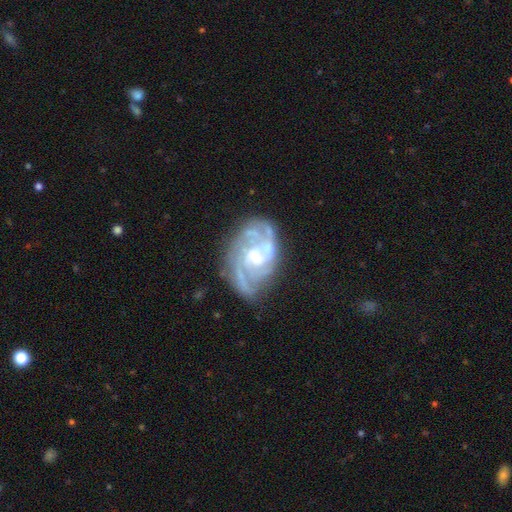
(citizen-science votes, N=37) smooth_or_featured: featured or disk (p=0.86) [alt: smooth p=0.11]
disk_edge_on: no (p=0.97) [alt: yes p=0.03]
bar: no (p=0.52) [alt: weak p=0.32]
has_spiral_arms: yes (p=0.97) [alt: no p=0.03]
spiral_winding: tight (p=0.57) [alt: medium p=0.33]
spiral_arm_count: can't tell (p=0.33) [alt: 3 p=0.23]
bulge_size: moderate (p=0.48) [alt: small p=0.45]
merging: none (p=0.67) [alt: minor disturbance p=0.22]